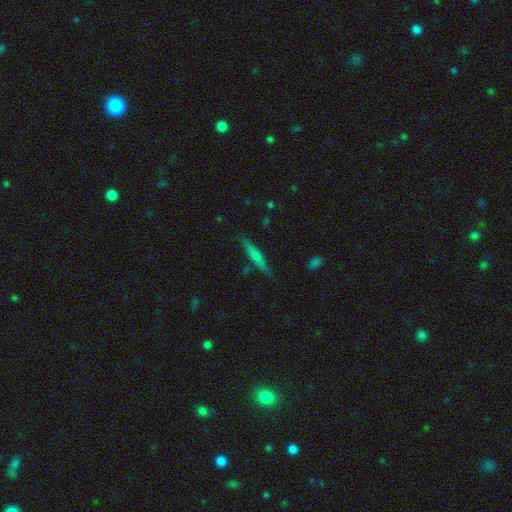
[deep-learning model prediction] smooth 58%, featured or disk 35%, star or artifact 7%. Down the decision tree: how rounded — cigar-shaped (92%); merging — none (85%).